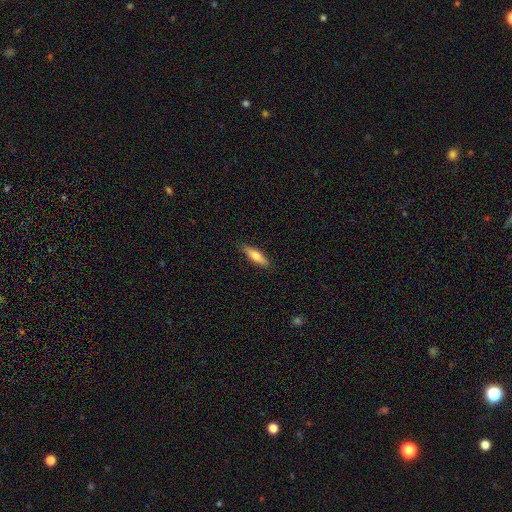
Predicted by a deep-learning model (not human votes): smooth_or_featured: smooth (p=0.69) [alt: featured or disk p=0.25]
how_rounded: cigar-shaped (p=0.62) [alt: in between p=0.36]
merging: none (p=0.87) [alt: minor disturbance p=0.10]